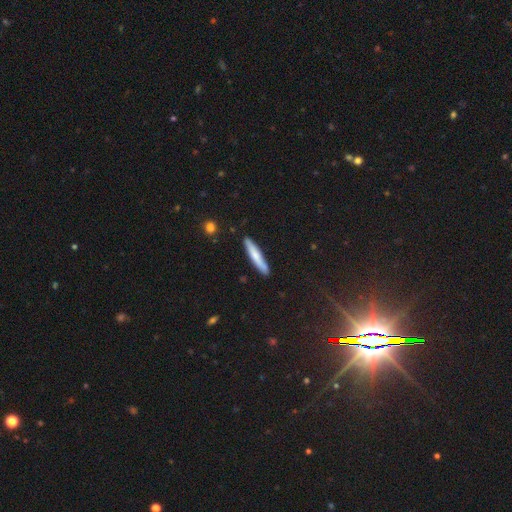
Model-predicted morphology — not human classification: Smooth or featured? smooth (68%)
How rounded? cigar-shaped (92%)
Merging? none (88%)